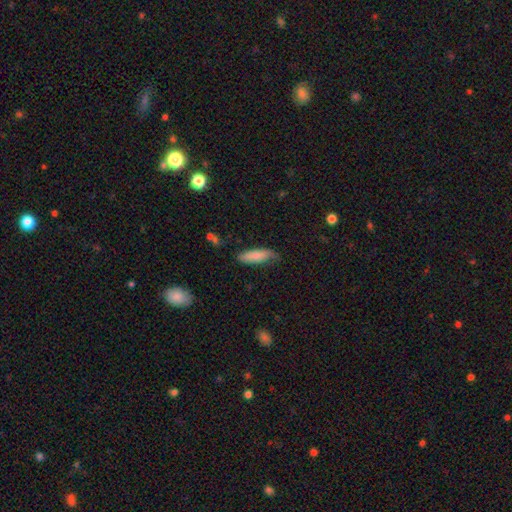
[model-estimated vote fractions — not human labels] Morphology: type=smooth (77%); roundness=in between (51%); merging=none (63%).